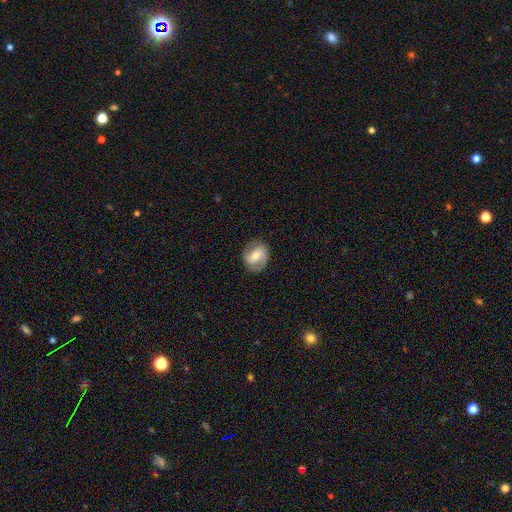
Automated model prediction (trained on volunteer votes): Smooth or featured? featured or disk (65%)
Edge-on disk? no (96%)
Bar? weak (43%)
Spiral arms? yes (84%)
Spiral winding? medium (45%)
Spiral arm count? 2 (85%)
Bulge size? moderate (61%)
Merging? none (82%)